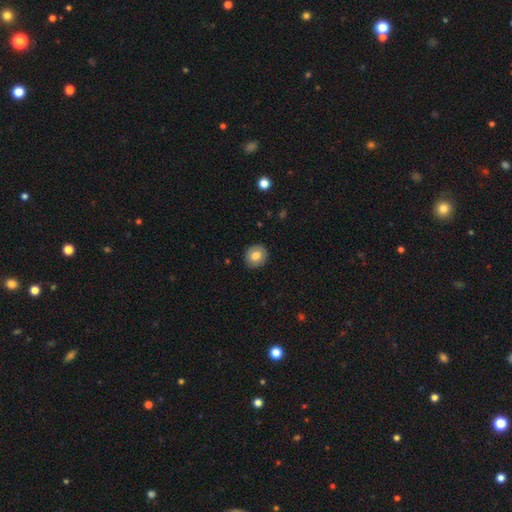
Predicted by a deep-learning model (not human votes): Smooth or featured?
  - smooth: 77% *
  - featured or disk: 15%
  - star or artifact: 8%
How rounded?
  - round: 77% *
  - in between: 23%
  - cigar-shaped: 1%
Merging?
  - none: 89% *
  - minor disturbance: 8%
  - major disturbance: 2%
  - merger: 1%